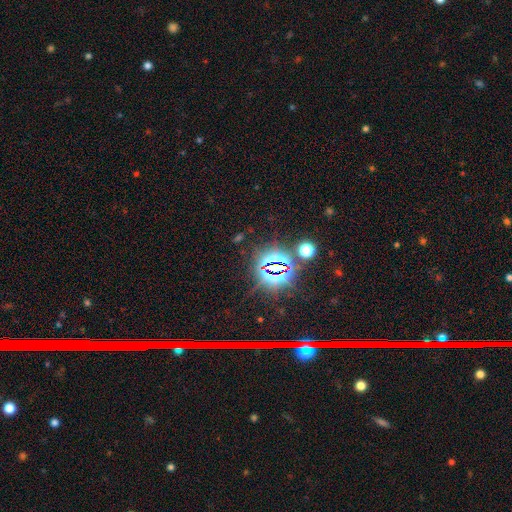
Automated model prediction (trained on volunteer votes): Q: Smooth or featured?
A: star or artifact (79%); runner-up: smooth (12%)